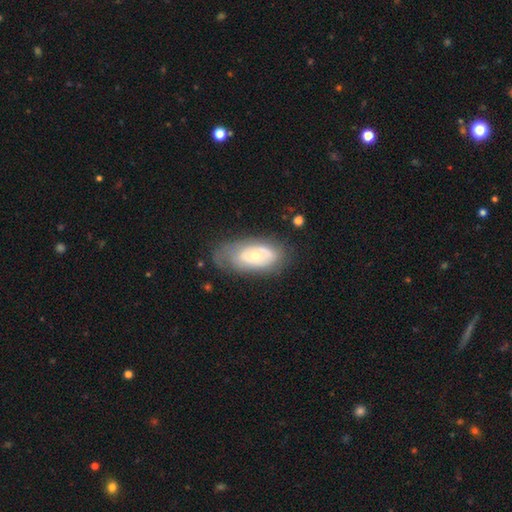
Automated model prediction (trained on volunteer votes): Overall: featured or disk (57%; smooth 37%). Edge-on disk: no (92%). Bar: no (84%). Spiral arms: no (54%; yes 46%). Bulge size: moderate (52%; small 41%). Merging: none (54%; minor disturbance 28%).